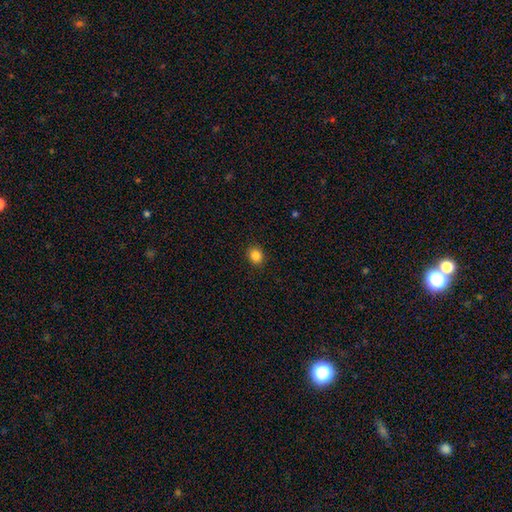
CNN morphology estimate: Smooth or featured? Predicted: smooth (p=0.86). How rounded? Predicted: round (p=0.77). Merging? Predicted: none (p=0.90).